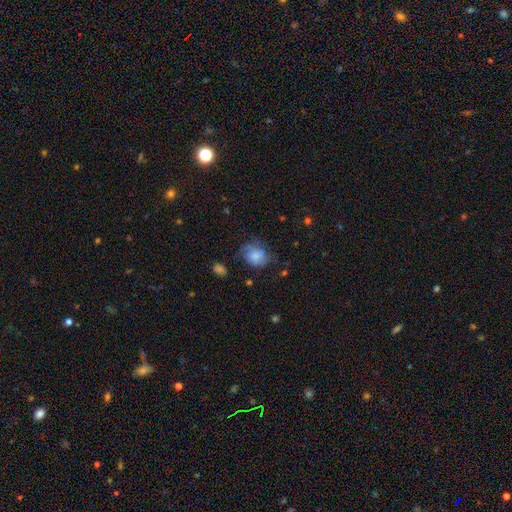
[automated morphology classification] smooth 68%, featured or disk 22%, star or artifact 9%. Down the decision tree: how rounded — round (50%); merging — none (52%).